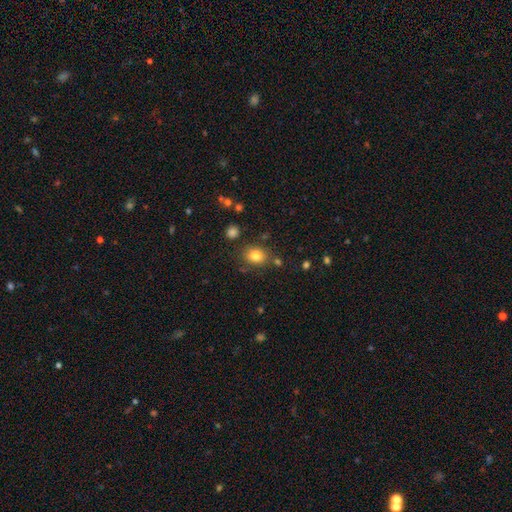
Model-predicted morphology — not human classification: This is clearly a smooth galaxy (81%). How rounded: possibly round (52%). Merging: likely none (78%).